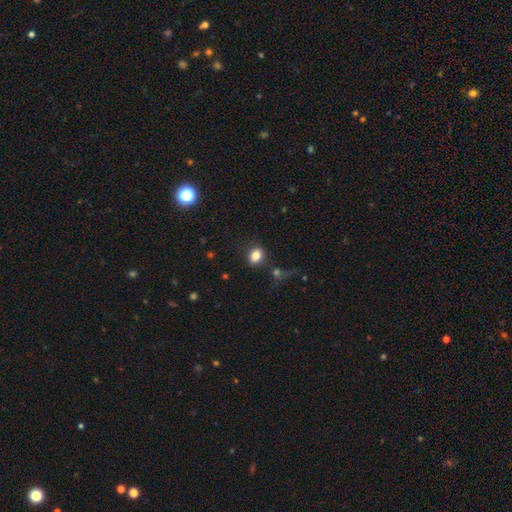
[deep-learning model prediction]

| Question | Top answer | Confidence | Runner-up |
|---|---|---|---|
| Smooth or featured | smooth | 83% | star or artifact (10%) |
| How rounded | in between | 57% | round (42%) |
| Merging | none | 77% | minor disturbance (12%) |